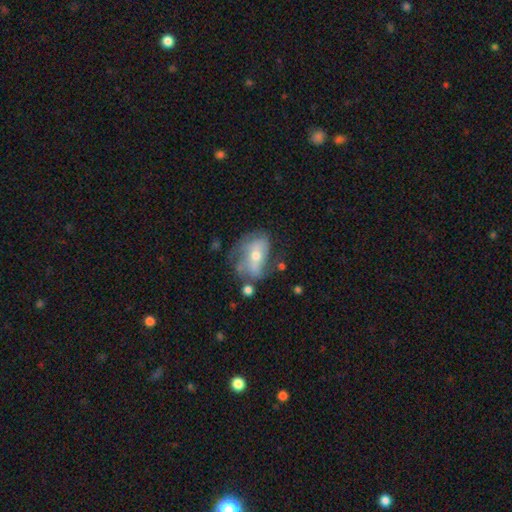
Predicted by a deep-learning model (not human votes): Smooth or featured? Predicted: featured or disk (p=0.58). Edge-on disk? Predicted: no (p=0.93). Bar? Predicted: no (p=0.60). Spiral arms? Predicted: yes (p=0.53). Bulge size? Predicted: moderate (p=0.54). Merging? Predicted: none (p=0.41).